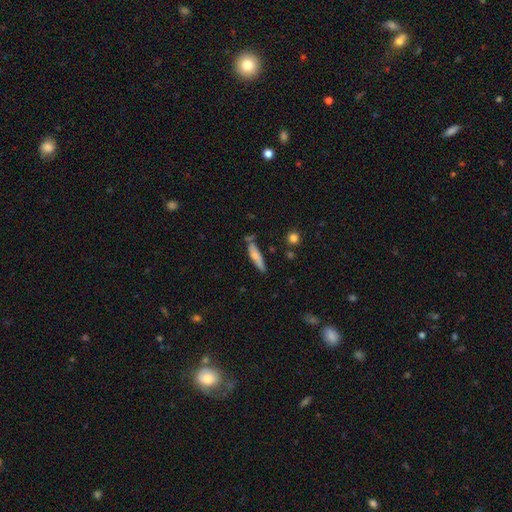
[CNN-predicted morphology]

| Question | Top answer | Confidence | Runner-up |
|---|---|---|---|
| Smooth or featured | smooth | 71% | featured or disk (22%) |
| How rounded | cigar-shaped | 76% | in between (22%) |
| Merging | none | 63% | minor disturbance (23%) |